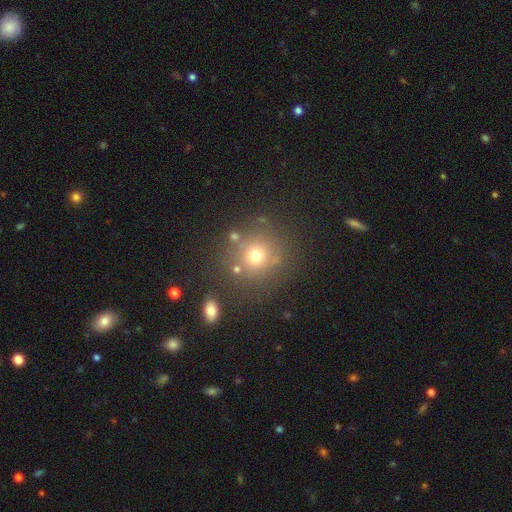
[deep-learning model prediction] Morphology: type=smooth (68%); roundness=round (90%); merging=none (77%).